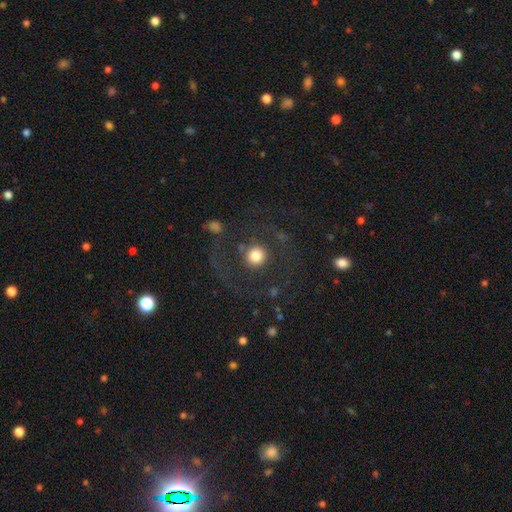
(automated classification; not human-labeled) Smooth or featured? smooth (71%)
How rounded? round (94%)
Merging? none (72%)